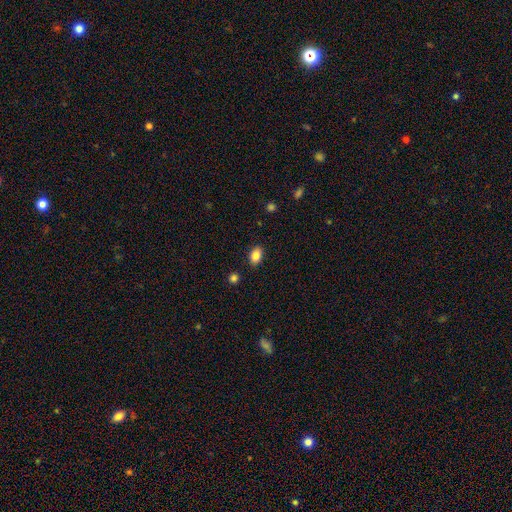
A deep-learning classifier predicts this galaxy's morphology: A smooth galaxy with no disk features (86%) that is in between round and cigar-shaped (86%).

Vote fractions:
- Smooth or featured? smooth: 86% / star or artifact: 9% / featured or disk: 6%
- How rounded? in between: 86% / round: 12% / cigar-shaped: 1%
- Merging? none: 87% / minor disturbance: 9% / major disturbance: 2% / merger: 2%